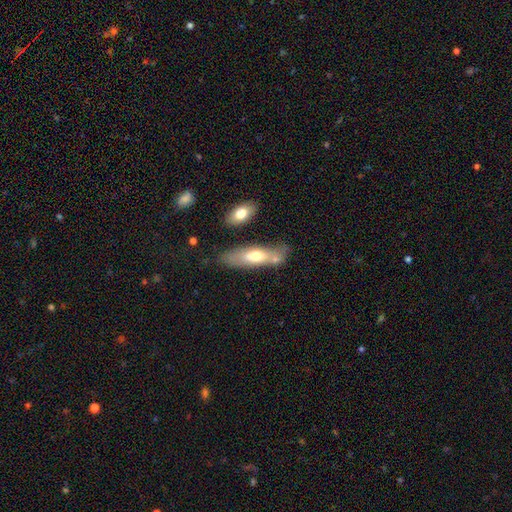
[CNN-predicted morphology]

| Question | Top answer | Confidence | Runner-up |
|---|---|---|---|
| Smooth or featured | smooth | 56% | featured or disk (37%) |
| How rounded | cigar-shaped | 51% | in between (46%) |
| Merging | none | 60% | minor disturbance (19%) |